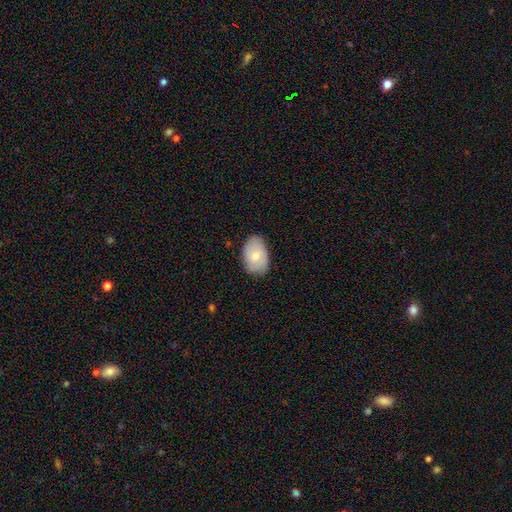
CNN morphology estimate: The model was most divided on "smooth or featured": smooth: 69%, featured or disk: 25%, star or artifact: 6%. More confident: how rounded — in between (85%); merging — none (78%).